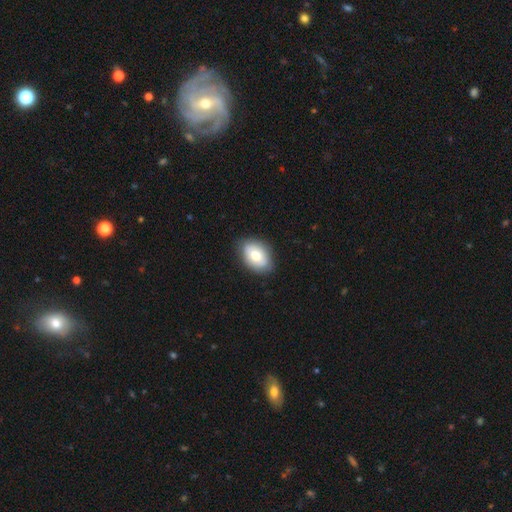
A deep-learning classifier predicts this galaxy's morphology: Smooth or featured: smooth — 67% (featured or disk — 27%)
How rounded: in between — 82% (round — 17%)
Merging: none — 82% (minor disturbance — 14%)